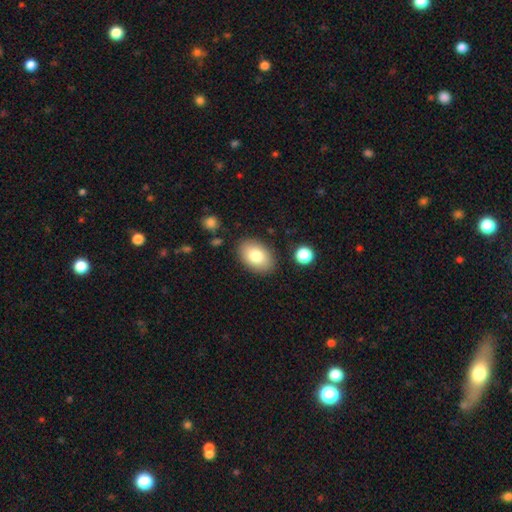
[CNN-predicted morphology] The model was most divided on "smooth or featured": smooth: 81%, featured or disk: 12%, star or artifact: 7%. More confident: how rounded — in between (87%); merging — none (85%).